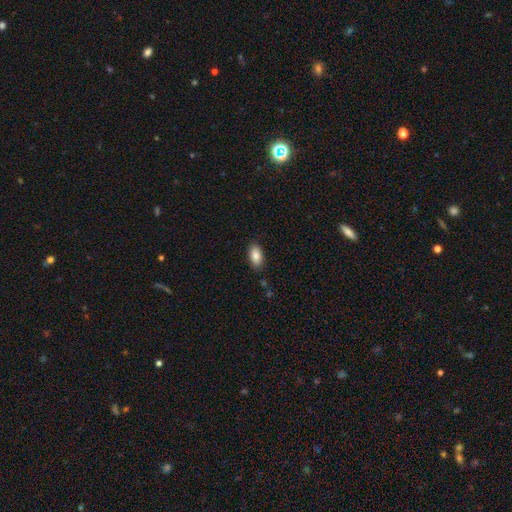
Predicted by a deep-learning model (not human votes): The model was most divided on "merging": none: 86%, minor disturbance: 10%, major disturbance: 2%, merger: 1%. More confident: how rounded — in between (93%); smooth or featured — smooth (88%).